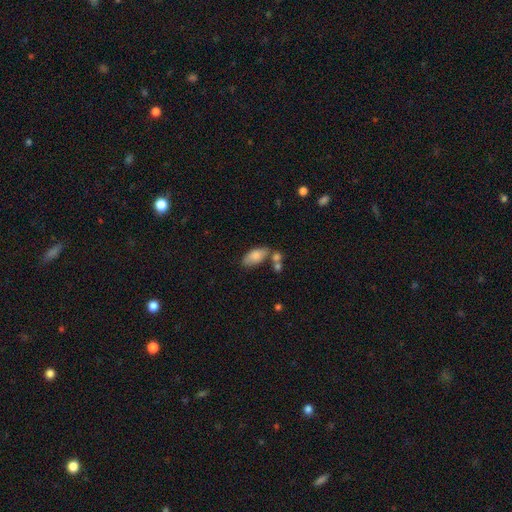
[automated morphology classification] smooth-or-featured: smooth: 80% | featured or disk: 13% | star or artifact: 7%
  how-rounded: in between: 89% | cigar-shaped: 9% | round: 3%
  merging: none: 53% | minor disturbance: 21% | merger: 19% | major disturbance: 7%